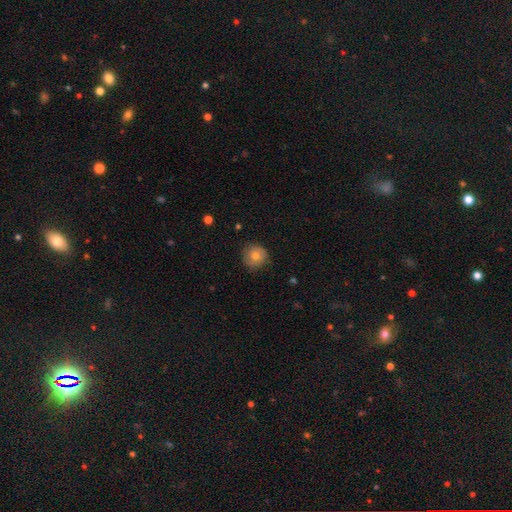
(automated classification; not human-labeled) smooth-or-featured: smooth: 75% | featured or disk: 16% | star or artifact: 9%
  how-rounded: round: 93% | in between: 6% | cigar-shaped: 1%
  merging: none: 81% | minor disturbance: 15% | major disturbance: 3% | merger: 1%